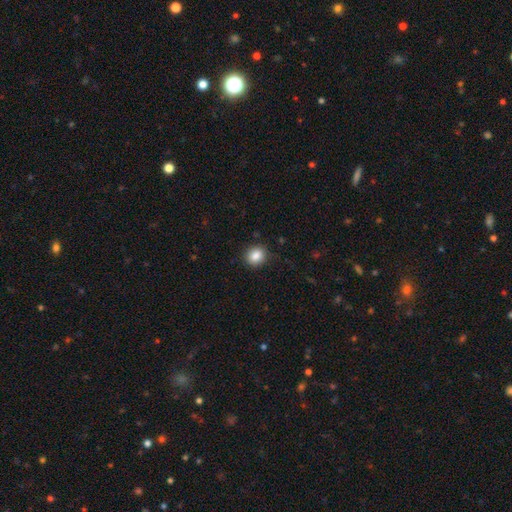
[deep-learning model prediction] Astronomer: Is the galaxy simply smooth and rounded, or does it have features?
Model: smooth — 86%.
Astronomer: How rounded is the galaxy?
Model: round — 69%.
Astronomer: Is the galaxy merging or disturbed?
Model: none — 88%.